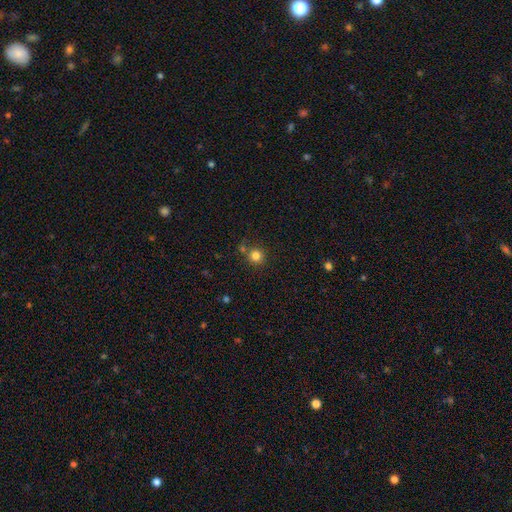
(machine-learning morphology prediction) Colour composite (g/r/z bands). It shows a smooth galaxy with no disk features (81%) that is round (92%). Merging: none (74%).